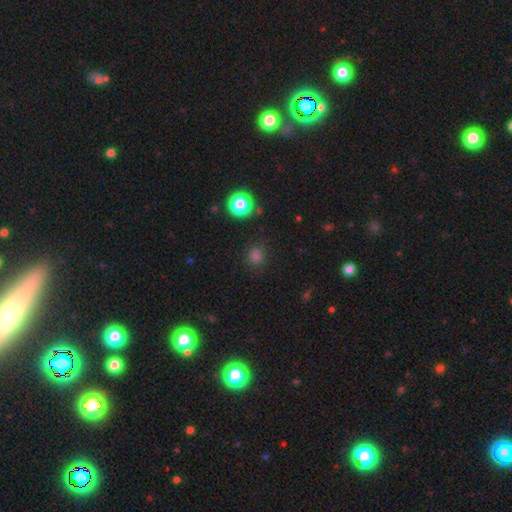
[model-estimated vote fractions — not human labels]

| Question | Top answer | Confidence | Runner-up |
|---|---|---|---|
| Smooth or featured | smooth | 73% | star or artifact (23%) |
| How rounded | round | 84% | in between (14%) |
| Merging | none | 84% | minor disturbance (11%) |